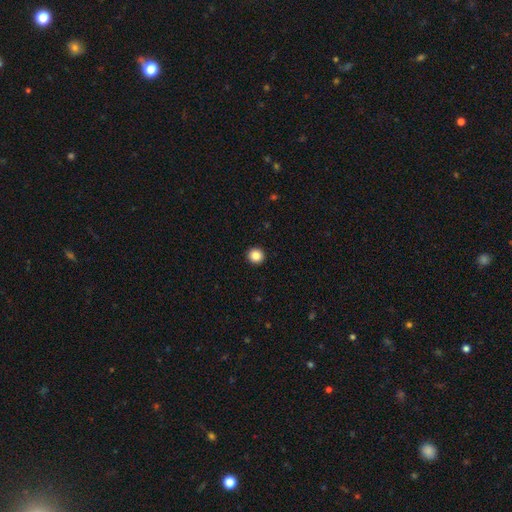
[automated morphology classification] Smooth or featured: smooth — 86% (star or artifact — 10%)
How rounded: round — 95% (in between — 4%)
Merging: none — 94% (minor disturbance — 4%)